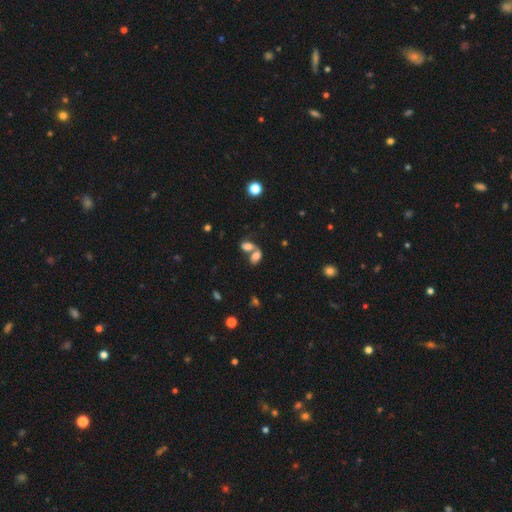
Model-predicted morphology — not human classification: smooth-or-featured: smooth: 71% | featured or disk: 15% | star or artifact: 13%
  how-rounded: in between: 84% | round: 13% | cigar-shaped: 3%
  merging: merger: 66% | none: 21% | minor disturbance: 7% | major disturbance: 5%